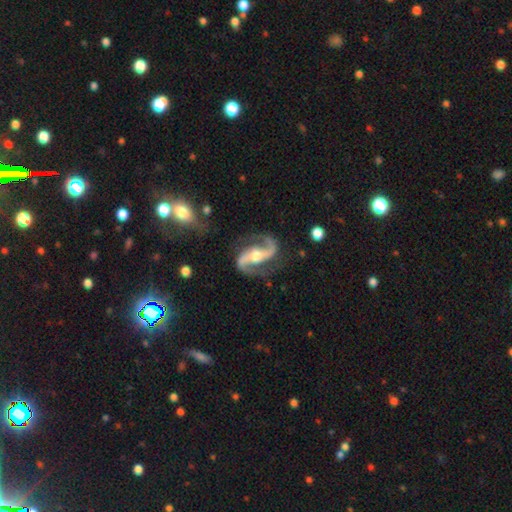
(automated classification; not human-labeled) The model was most divided on "spiral winding": medium: 48%, loose: 42%, tight: 10%. Remaining: spiral arms — yes (98%); edge-on disk — no (97%); spiral arm count — 2 (94%); smooth or featured — featured or disk (93%); merging — none (78%); bulge size — moderate (68%); bar — strong (38%).